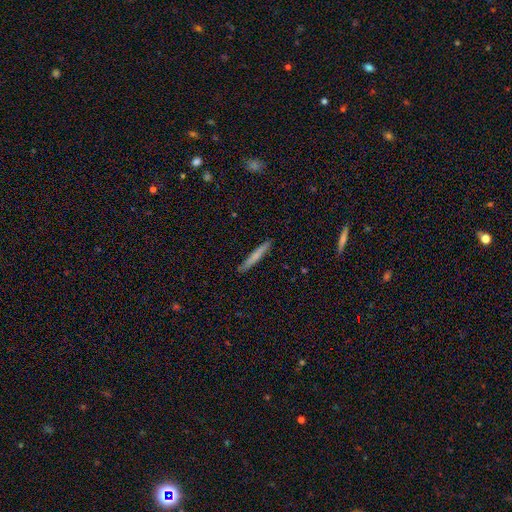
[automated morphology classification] The model was most divided on "smooth or featured": smooth: 64%, featured or disk: 30%, star or artifact: 6%. More confident: how rounded — cigar-shaped (96%); merging — none (89%).